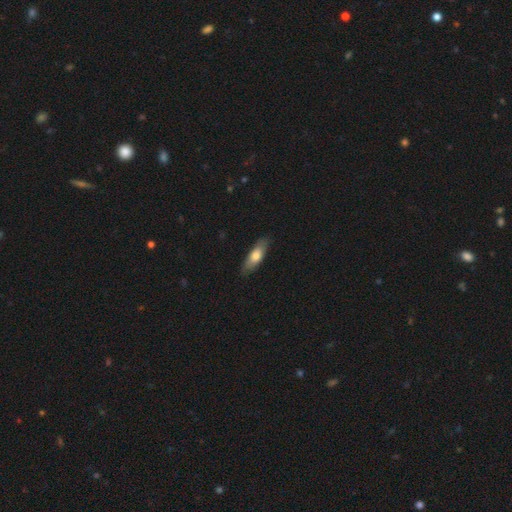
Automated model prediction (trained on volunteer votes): A smooth galaxy with no disk features (69%) that is in between round and cigar-shaped (58%). Merging: none (84%).